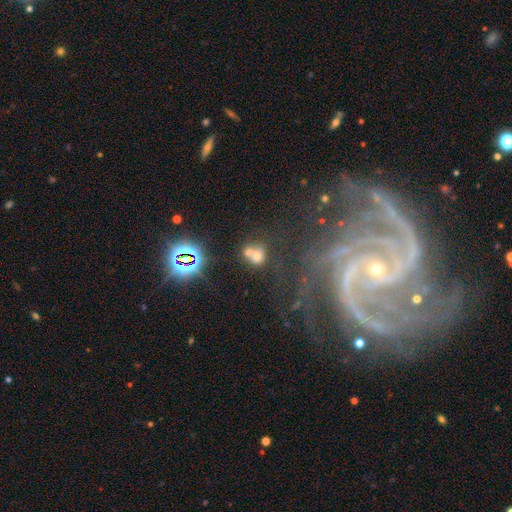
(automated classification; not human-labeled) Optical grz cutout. It shows a smooth galaxy with no disk features (60%) that is round (70%). Merging: merger (54%).